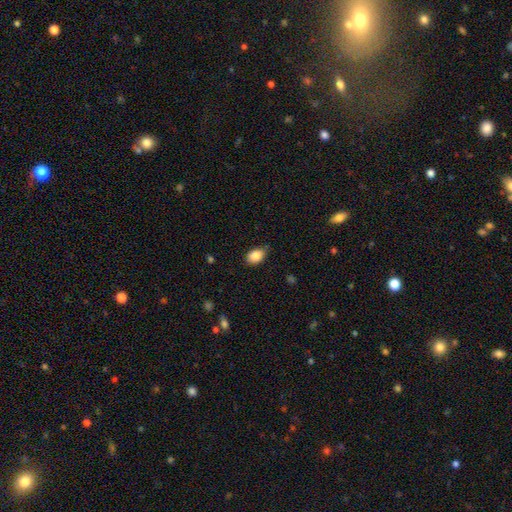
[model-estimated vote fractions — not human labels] Smooth or featured? smooth (86%)
How rounded? in between (81%)
Merging? none (72%)